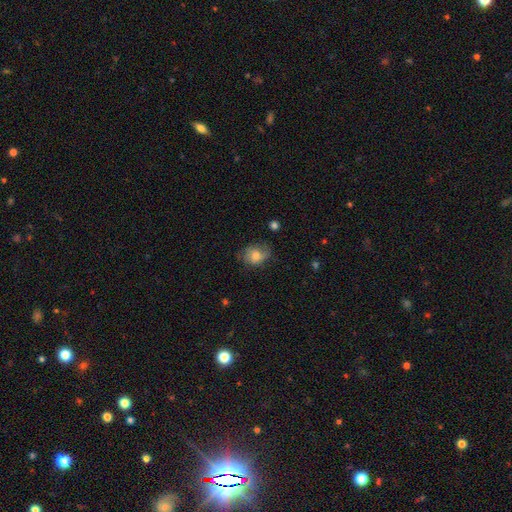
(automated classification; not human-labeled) A smooth galaxy with no disk features (66%) that is in between round and cigar-shaped (51%).

Vote fractions:
- Smooth or featured? smooth: 66% / featured or disk: 25% / star or artifact: 9%
- How rounded? in between: 51% / round: 48% / cigar-shaped: 1%
- Merging? none: 57% / minor disturbance: 29% / major disturbance: 13% / merger: 2%